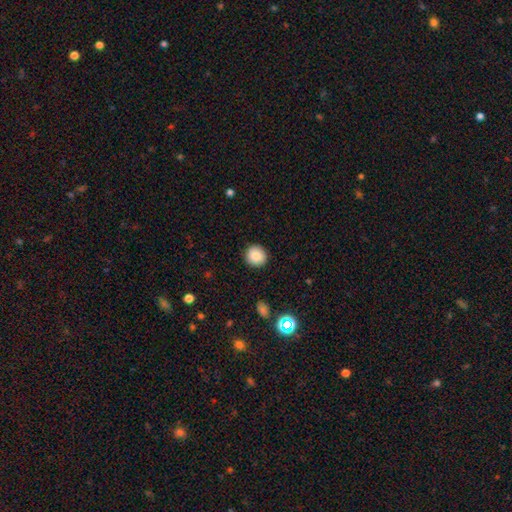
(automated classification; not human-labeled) Smooth or featured? Predicted: smooth (p=0.87). How rounded? Predicted: round (p=0.92). Merging? Predicted: none (p=0.91).